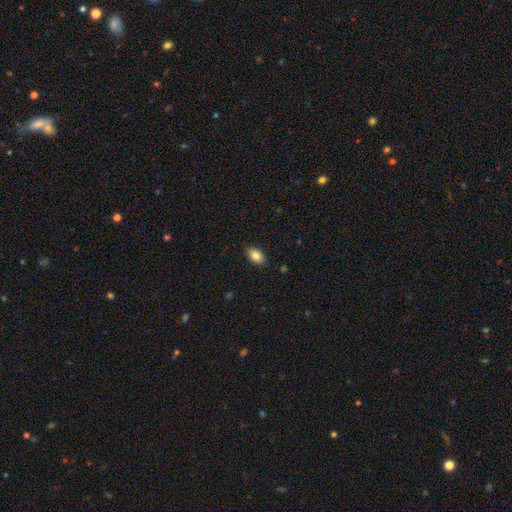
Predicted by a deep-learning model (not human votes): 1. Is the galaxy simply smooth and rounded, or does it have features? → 85% smooth, 8% star or artifact, 7% featured or disk.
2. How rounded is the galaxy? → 87% in between, 11% round, 2% cigar-shaped.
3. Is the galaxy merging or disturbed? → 88% none, 9% minor disturbance, 2% major disturbance, 1% merger.